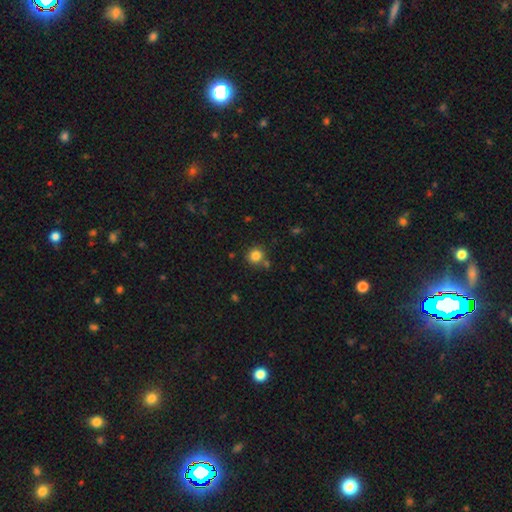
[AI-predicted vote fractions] Morphology: type=smooth (83%); roundness=round (89%); merging=none (77%).